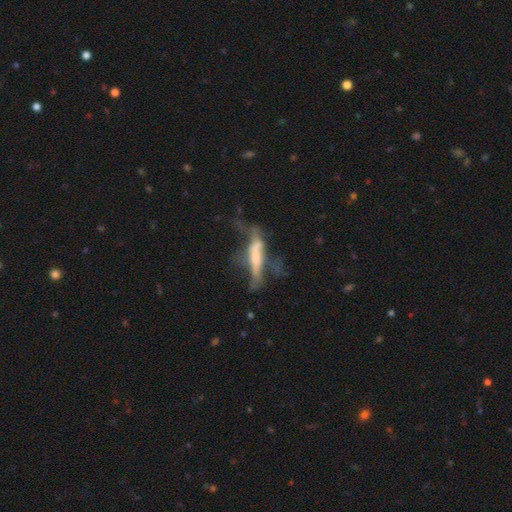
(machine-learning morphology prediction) This appears to be a featured or disk galaxy (62%) viewed edge-on (69%). Merging: major disturbance (37%).